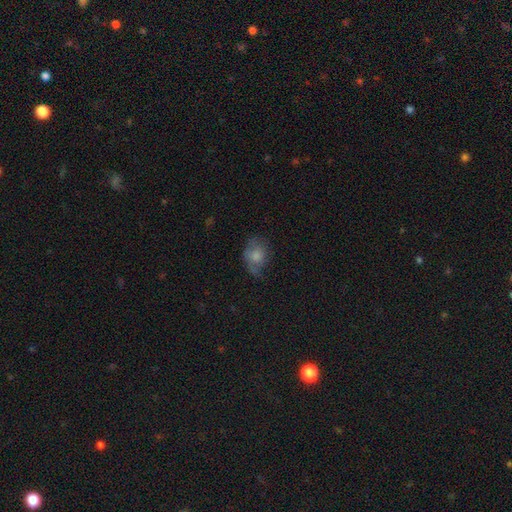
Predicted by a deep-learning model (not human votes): Morphology: type=smooth (70%); roundness=in between (63%); merging=none (45%).